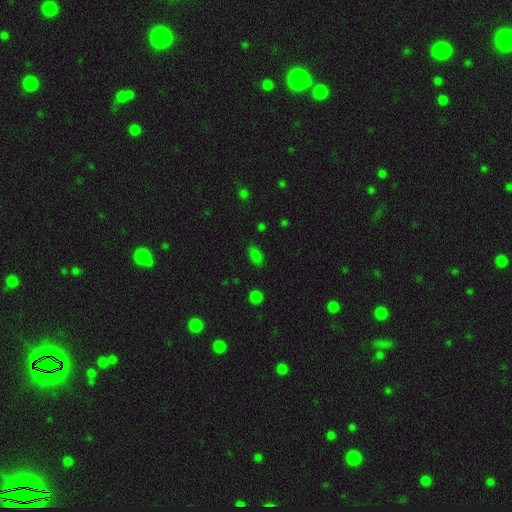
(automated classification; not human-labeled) This is likely a smooth galaxy (76%). How rounded: clearly in between (87%). Merging: likely none (78%).